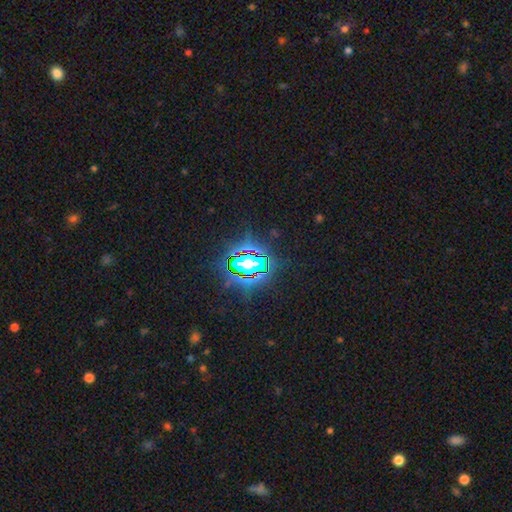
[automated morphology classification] This is clearly a star or artifact rather than a galaxy (81%).